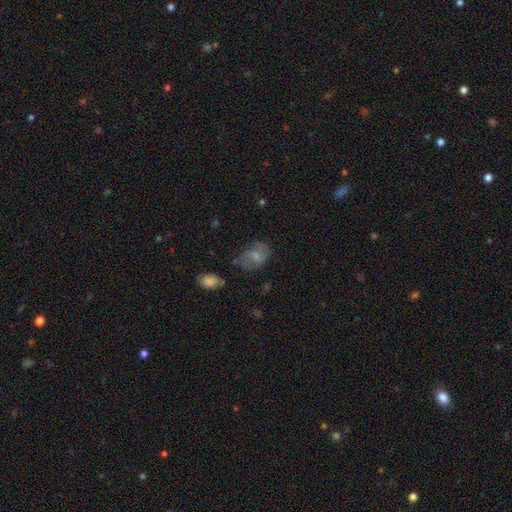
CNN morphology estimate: The model was most divided on "smooth or featured": smooth: 51%, featured or disk: 40%, star or artifact: 9%. More confident: how rounded — in between (71%); merging — none (56%).